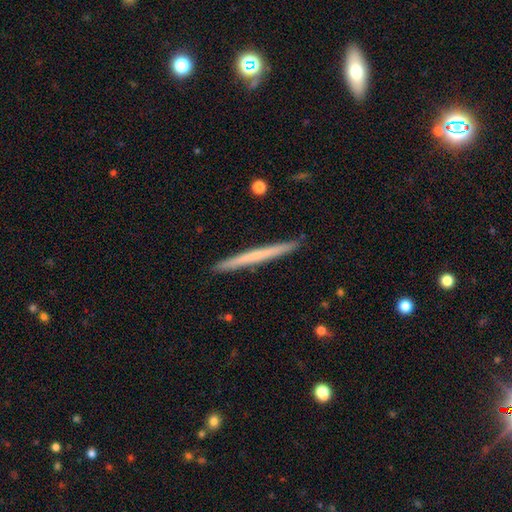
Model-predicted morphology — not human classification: smooth 53%, featured or disk 42%, star or artifact 5%. Down the decision tree: how rounded — cigar-shaped (97%); merging — none (92%).